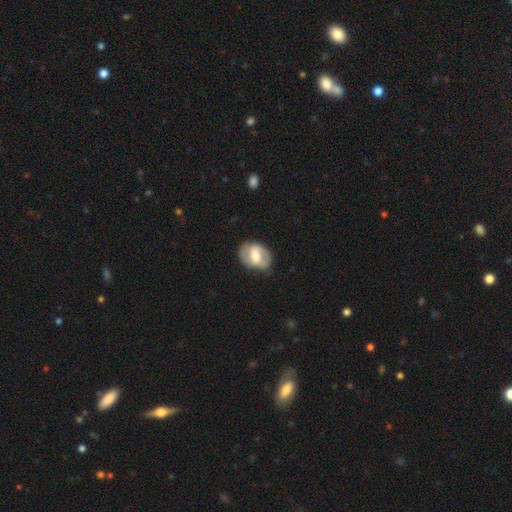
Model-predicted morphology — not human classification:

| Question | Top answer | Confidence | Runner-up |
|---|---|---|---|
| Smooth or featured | featured or disk | 47% | tied: smooth (47%) |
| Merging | none | 76% | minor disturbance (17%) |